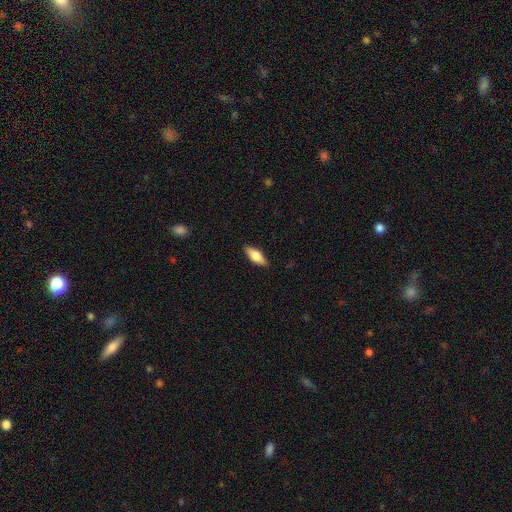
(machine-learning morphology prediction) Q: Smooth or featured?
A: smooth (62%); runner-up: featured or disk (31%)
Q: How rounded?
A: in between (69%); runner-up: cigar-shaped (28%)
Q: Merging?
A: none (88%); runner-up: minor disturbance (9%)